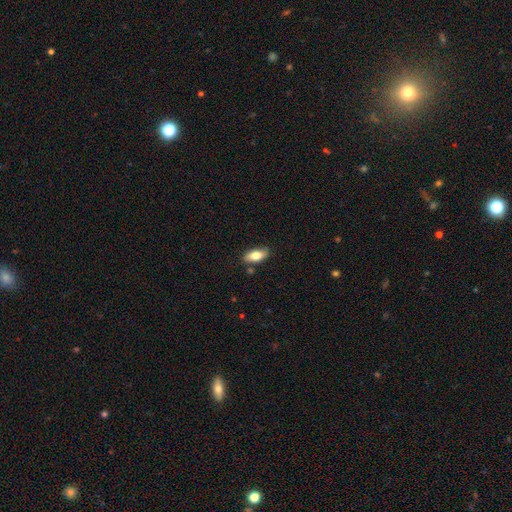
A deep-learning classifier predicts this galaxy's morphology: smooth-or-featured: smooth: 78% | featured or disk: 16% | star or artifact: 6%
  how-rounded: in between: 88% | cigar-shaped: 9% | round: 3%
  merging: none: 79% | minor disturbance: 14% | merger: 4% | major disturbance: 3%